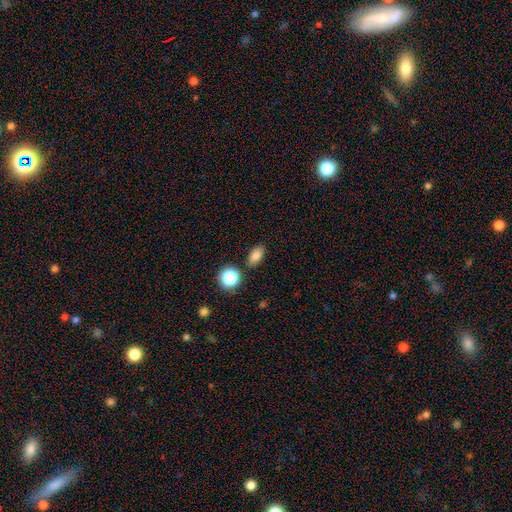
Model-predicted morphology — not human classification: smooth-or-featured: smooth: 80% | star or artifact: 13% | featured or disk: 7%
  how-rounded: in between: 84% | round: 13% | cigar-shaped: 3%
  merging: none: 84% | minor disturbance: 10% | merger: 4% | major disturbance: 3%